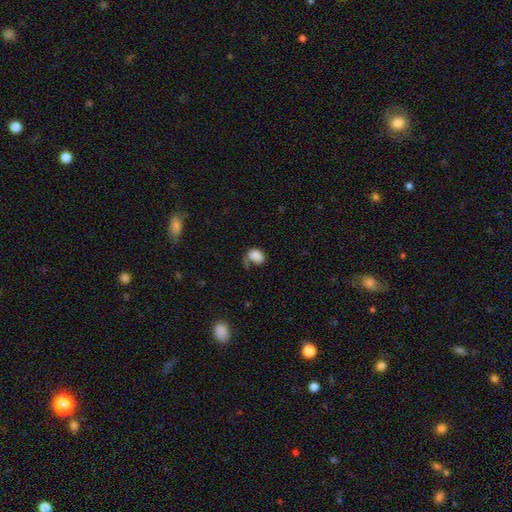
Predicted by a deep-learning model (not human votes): A smooth galaxy with no disk features (81%) that is in between round and cigar-shaped (66%).

Vote fractions:
- Smooth or featured? smooth: 81% / featured or disk: 10% / star or artifact: 9%
- How rounded? in between: 66% / round: 33% / cigar-shaped: 1%
- Merging? none: 40% / minor disturbance: 26% / major disturbance: 26% / merger: 9%